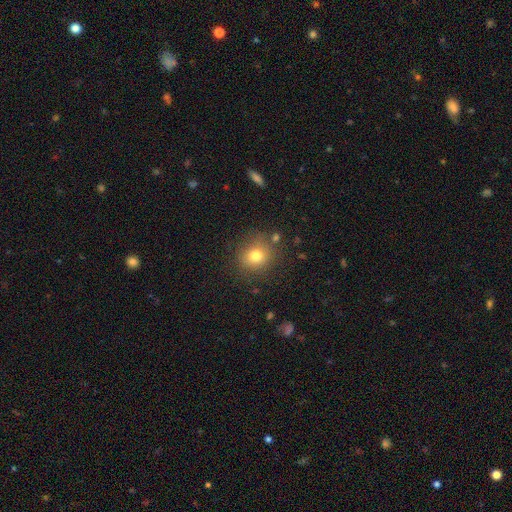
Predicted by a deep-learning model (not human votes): The model was most divided on "smooth or featured": smooth: 77%, star or artifact: 13%, featured or disk: 10%. More confident: how rounded — round (83%); merging — none (80%).